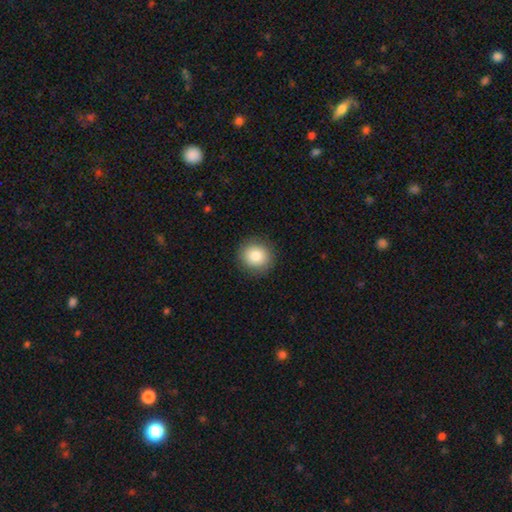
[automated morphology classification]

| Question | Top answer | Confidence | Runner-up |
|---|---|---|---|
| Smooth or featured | smooth | 84% | star or artifact (9%) |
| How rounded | round | 88% | in between (11%) |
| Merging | none | 90% | minor disturbance (7%) |